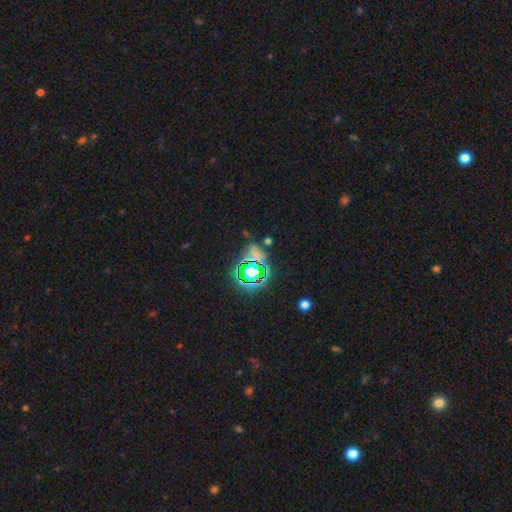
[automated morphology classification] This appears to be a star or artifact, not a galaxy (63%).